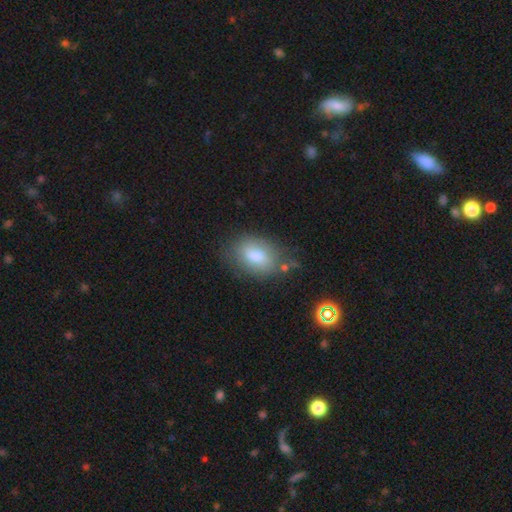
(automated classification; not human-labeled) Smooth or featured? Predicted: smooth (p=0.74). How rounded? Predicted: in between (p=0.85). Merging? Predicted: none (p=0.68).